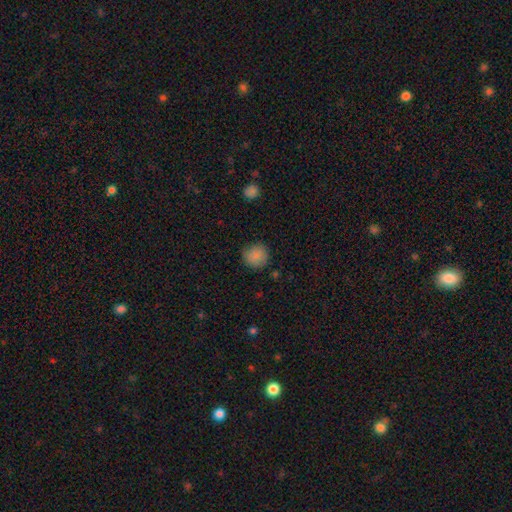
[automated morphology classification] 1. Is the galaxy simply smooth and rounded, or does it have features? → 86% smooth, 9% star or artifact, 5% featured or disk.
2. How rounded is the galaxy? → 91% round, 8% in between, 1% cigar-shaped.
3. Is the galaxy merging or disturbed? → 85% none, 11% minor disturbance, 3% major disturbance, 1% merger.